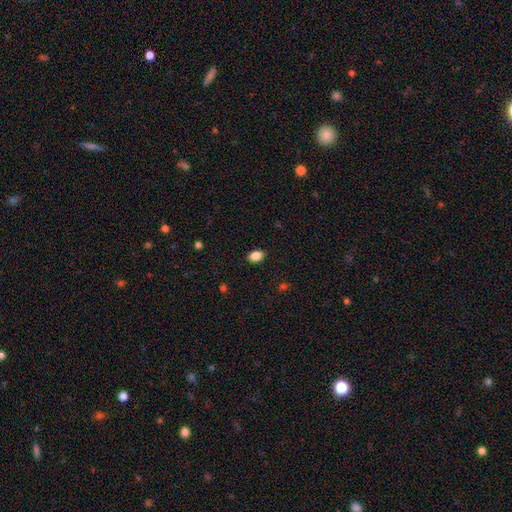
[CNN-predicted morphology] type=smooth (86%); roundness=in between (81%); merging=none (87%).